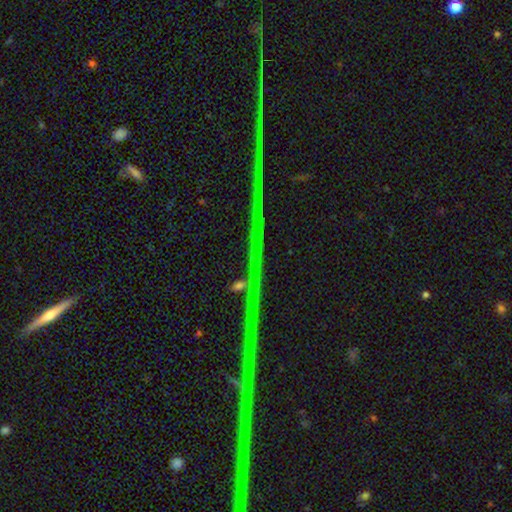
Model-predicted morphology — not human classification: smooth-or-featured: star or artifact: 87% | featured or disk: 8% | smooth: 5%